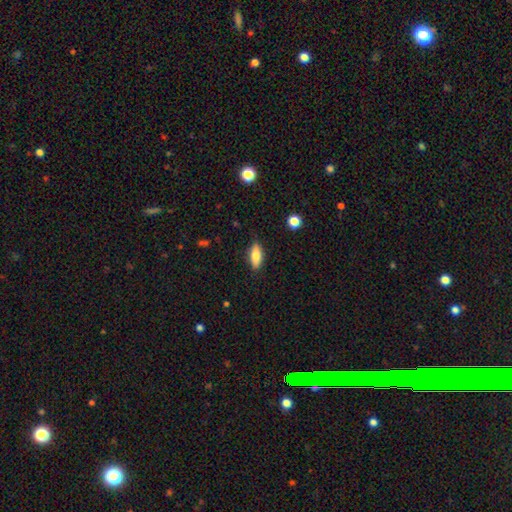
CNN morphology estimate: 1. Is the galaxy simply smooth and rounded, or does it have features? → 77% smooth, 16% featured or disk, 7% star or artifact.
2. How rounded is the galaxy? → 72% in between, 25% cigar-shaped, 3% round.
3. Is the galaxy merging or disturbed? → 84% none, 13% minor disturbance, 3% major disturbance, 1% merger.